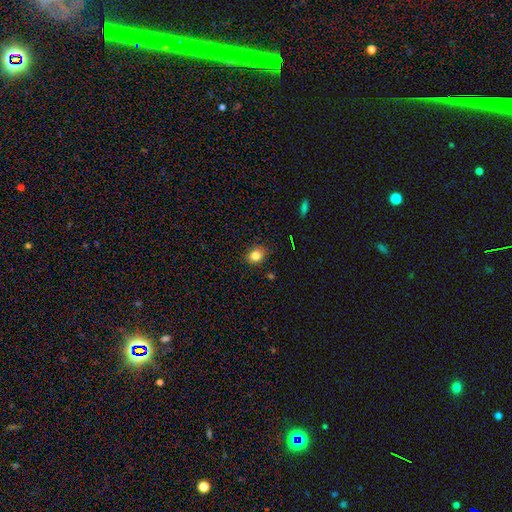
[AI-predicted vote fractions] Q: Smooth or featured?
A: smooth (81%); runner-up: star or artifact (12%)
Q: How rounded?
A: round (55%); runner-up: in between (44%)
Q: Merging?
A: none (87%); runner-up: minor disturbance (10%)